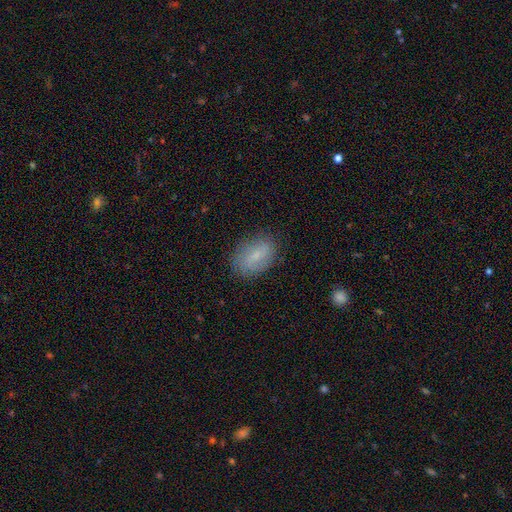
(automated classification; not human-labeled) smooth-or-featured: smooth: 65% | featured or disk: 27% | star or artifact: 9%
  how-rounded: in between: 86% | round: 12% | cigar-shaped: 2%
  merging: none: 79% | minor disturbance: 16% | major disturbance: 4% | merger: 1%